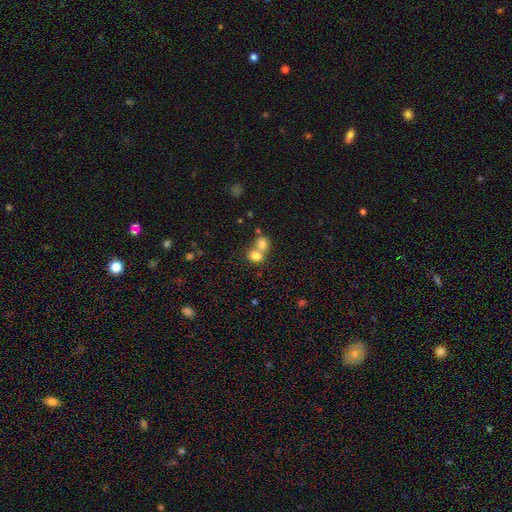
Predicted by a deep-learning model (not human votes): This appears to be a smooth galaxy with no disk features (77%) that is round (59%). Merging: merger (65%).